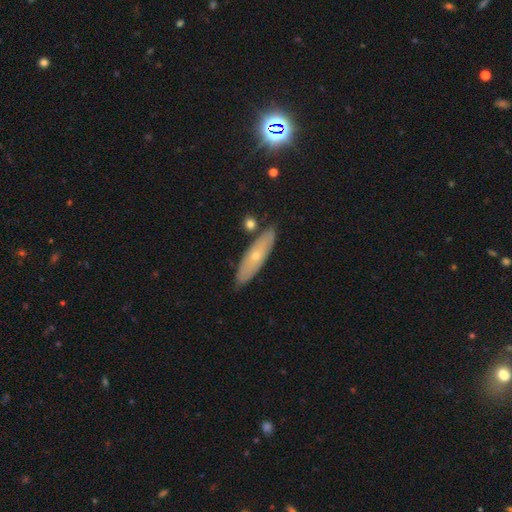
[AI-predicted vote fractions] Smooth or featured: smooth — 49% (featured or disk — 43%)
Merging: none — 82% (minor disturbance — 12%)